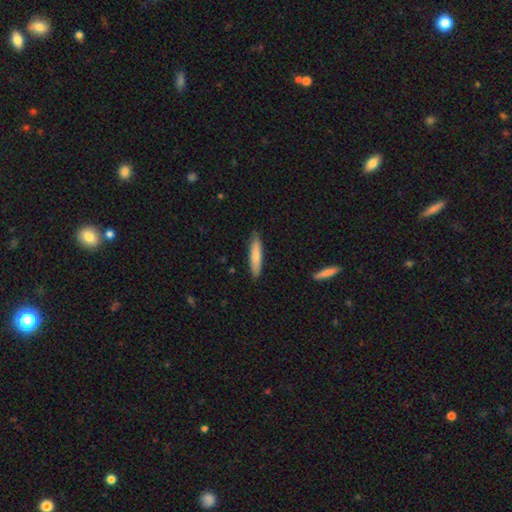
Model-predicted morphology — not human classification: This is likely a smooth galaxy (78%). How rounded: clearly cigar-shaped (83%). Merging: clearly none (88%).